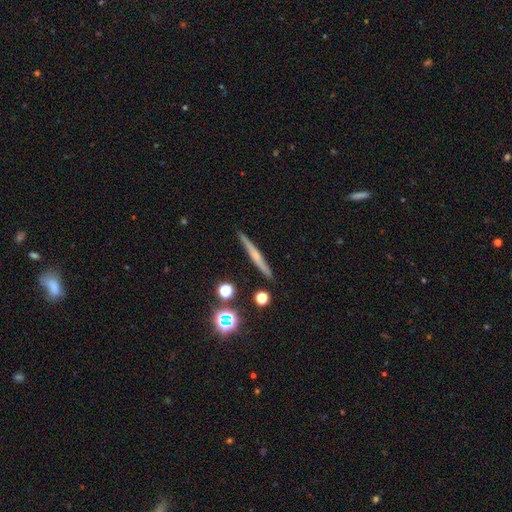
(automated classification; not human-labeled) Overall: featured or disk (57%; smooth 33%). Edge-on disk: yes (97%). Edge-on bulge: rounded (54%; none 39%). Merging: none (90%).